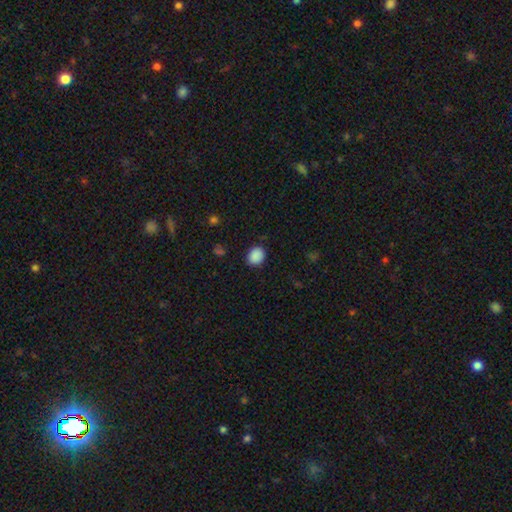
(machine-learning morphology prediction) A smooth galaxy with no disk features (89%) that is round (63%). Merging: none (86%).